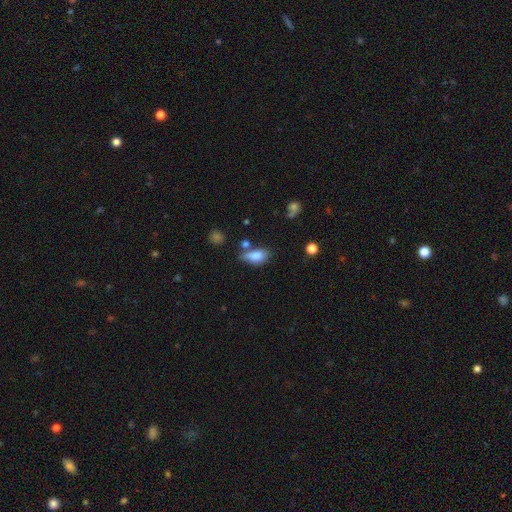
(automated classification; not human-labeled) Smooth or featured?
  - smooth: 82% *
  - featured or disk: 10%
  - star or artifact: 9%
How rounded?
  - in between: 89% *
  - cigar-shaped: 6%
  - round: 5%
Merging?
  - none: 46% *
  - minor disturbance: 27%
  - merger: 17%
  - major disturbance: 9%